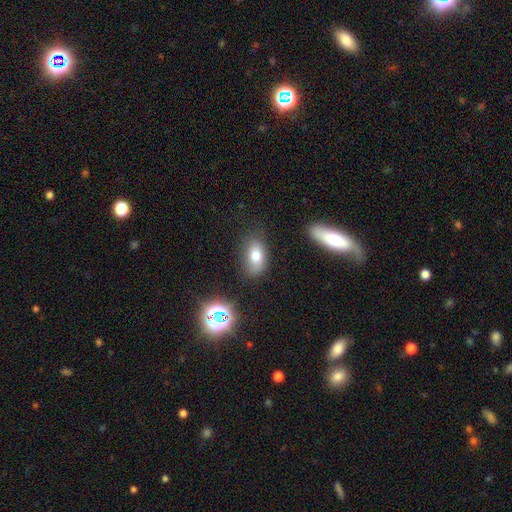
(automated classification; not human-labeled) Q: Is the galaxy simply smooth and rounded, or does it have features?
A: smooth — 76%.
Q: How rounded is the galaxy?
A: in between — 88%.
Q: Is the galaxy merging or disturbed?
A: none — 75%.